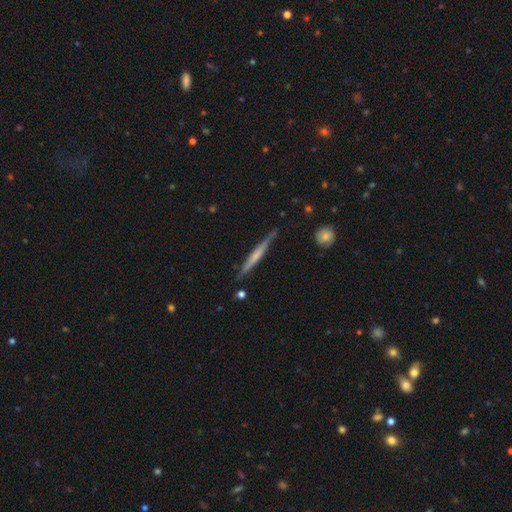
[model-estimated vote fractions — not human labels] smooth_or_featured: featured or disk (p=0.58) [alt: smooth p=0.36]
disk_edge_on: yes (p=0.97) [alt: no p=0.03]
edge_on_bulge: none (p=0.54) [alt: rounded p=0.30]
merging: none (p=0.83) [alt: minor disturbance p=0.13]